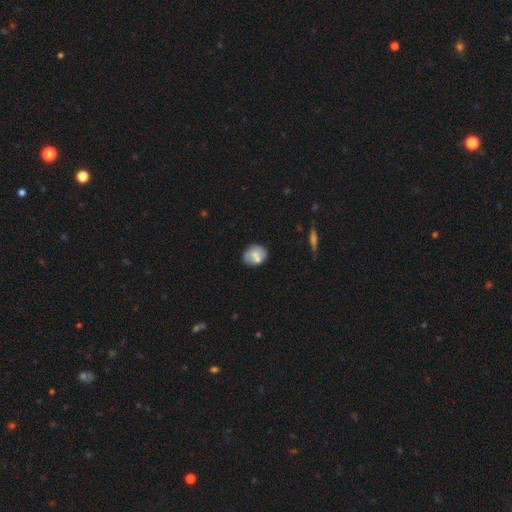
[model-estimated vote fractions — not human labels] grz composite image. It shows a smooth galaxy with no disk features (65%) that is round (57%). Merging: none (56%).